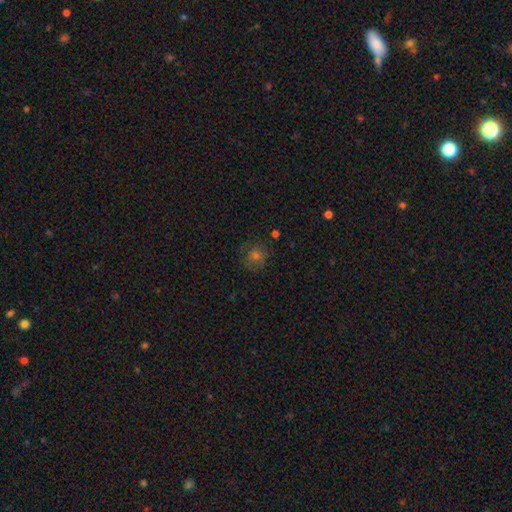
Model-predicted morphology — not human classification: The model was most divided on "smooth or featured": smooth: 58%, star or artifact: 24%, featured or disk: 18%. More confident: how rounded — round (83%); merging — none (75%).